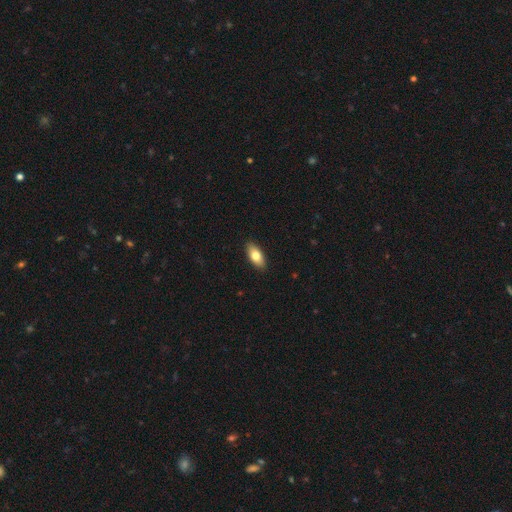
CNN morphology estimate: type=smooth (78%); roundness=in between (88%); merging=none (90%).